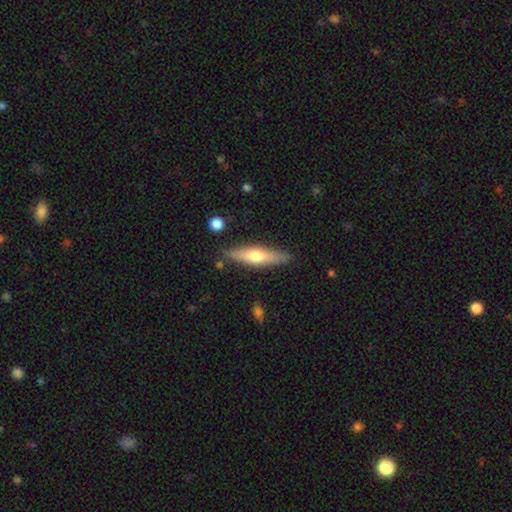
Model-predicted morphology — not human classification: This is possibly a smooth galaxy (48%). Merging: clearly none (85%).